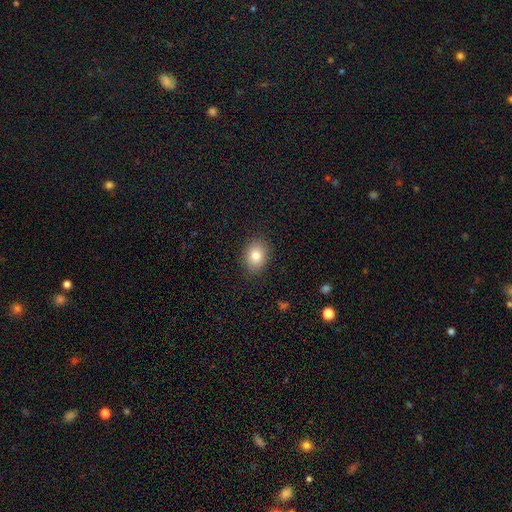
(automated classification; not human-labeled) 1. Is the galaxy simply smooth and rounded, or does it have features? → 81% smooth, 9% featured or disk, 9% star or artifact.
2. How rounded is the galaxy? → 61% in between, 38% round, 1% cigar-shaped.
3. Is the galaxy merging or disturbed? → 88% none, 8% minor disturbance, 2% major disturbance, 1% merger.